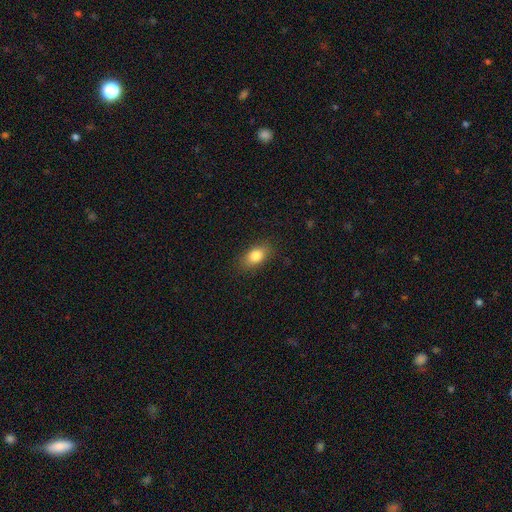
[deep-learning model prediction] Smooth or featured? Predicted: smooth (p=0.83). How rounded? Predicted: in between (p=0.85). Merging? Predicted: none (p=0.85).